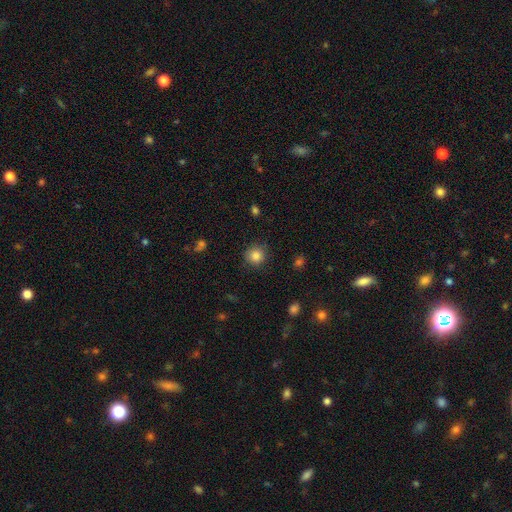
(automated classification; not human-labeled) Smooth or featured? Predicted: smooth (p=0.85). How rounded? Predicted: round (p=0.92). Merging? Predicted: none (p=0.86).